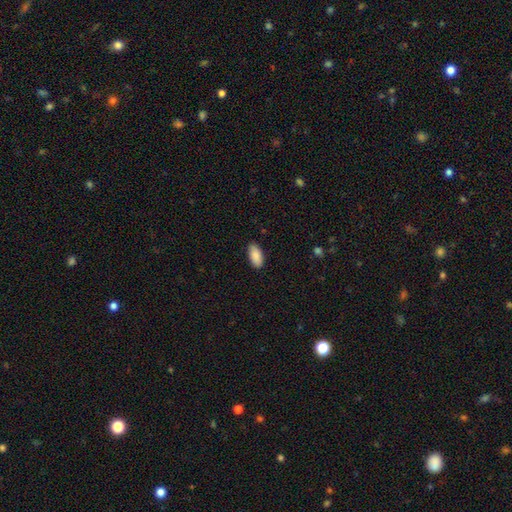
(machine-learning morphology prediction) This is clearly a smooth galaxy (90%). How rounded: clearly in between (91%). Merging: clearly none (87%).